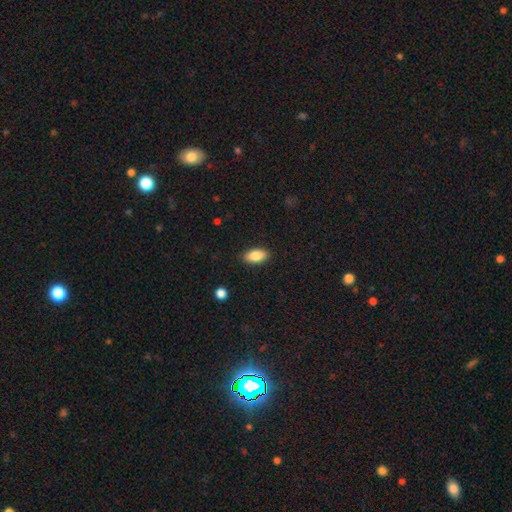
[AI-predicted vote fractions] Smooth or featured? smooth (87%)
How rounded? in between (92%)
Merging? none (88%)